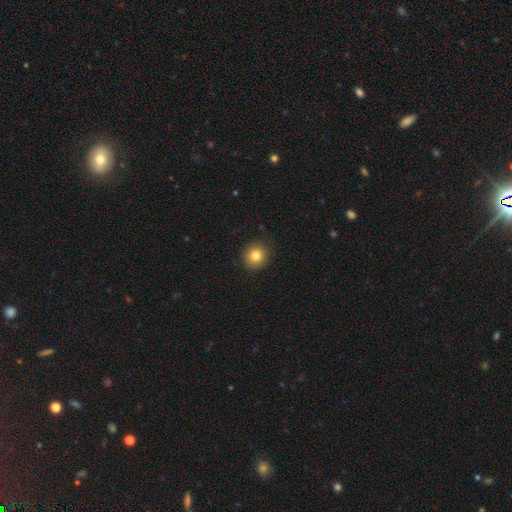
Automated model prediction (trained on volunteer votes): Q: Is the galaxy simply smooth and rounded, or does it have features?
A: smooth — 82%.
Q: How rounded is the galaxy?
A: round — 89%.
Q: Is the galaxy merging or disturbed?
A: none — 90%.